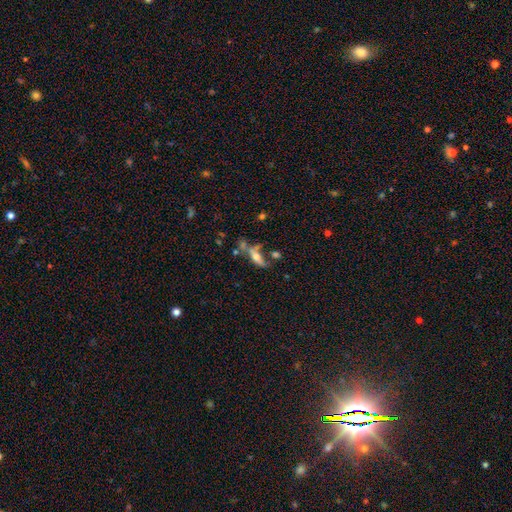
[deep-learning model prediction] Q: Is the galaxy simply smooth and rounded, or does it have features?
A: featured or disk — 48%.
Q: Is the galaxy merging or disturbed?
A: none — 43%.